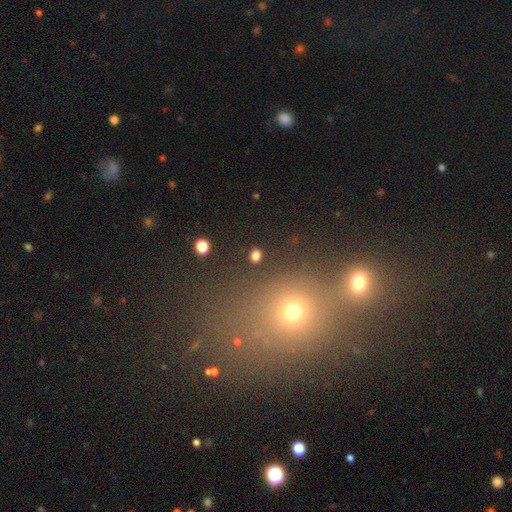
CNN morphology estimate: A smooth galaxy with no disk features (79%) that is round (64%).

Vote fractions:
- Smooth or featured? smooth: 79% / star or artifact: 16% / featured or disk: 5%
- How rounded? round: 64% / in between: 34% / cigar-shaped: 2%
- Merging? none: 89% / minor disturbance: 6% / major disturbance: 3% / merger: 2%